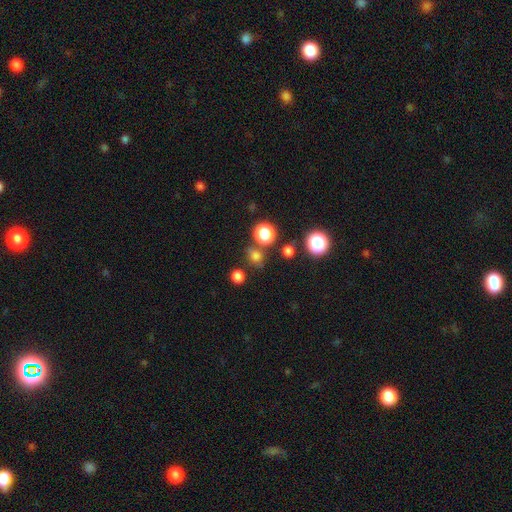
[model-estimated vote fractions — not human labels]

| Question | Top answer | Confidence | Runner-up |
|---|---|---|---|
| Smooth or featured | smooth | 69% | star or artifact (24%) |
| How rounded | round | 80% | in between (19%) |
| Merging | none | 74% | minor disturbance (11%) |